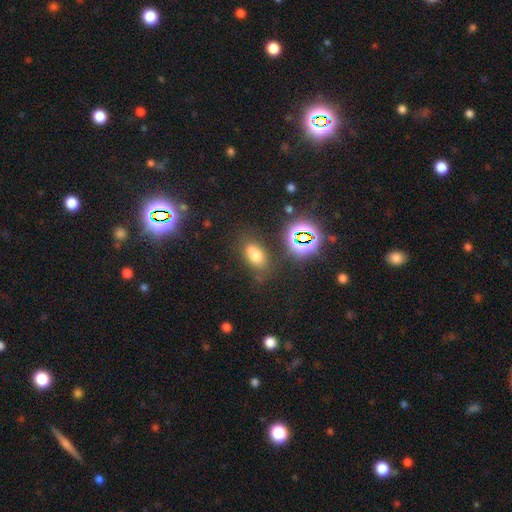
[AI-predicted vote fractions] Smooth or featured: smooth — 66% (star or artifact — 22%)
How rounded: in between — 80% (round — 14%)
Merging: none — 62% (minor disturbance — 19%)